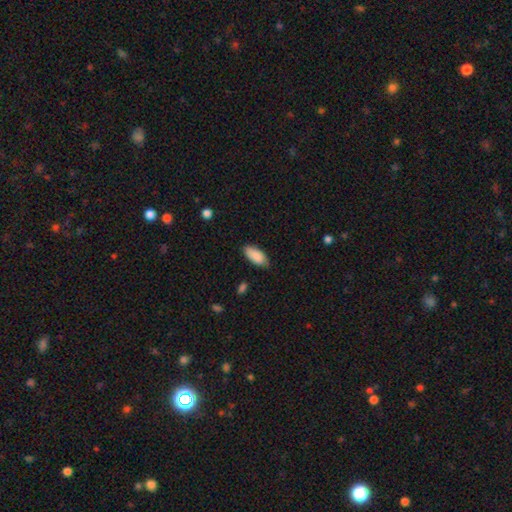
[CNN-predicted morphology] type=smooth (89%); roundness=in between (90%); merging=none (78%).